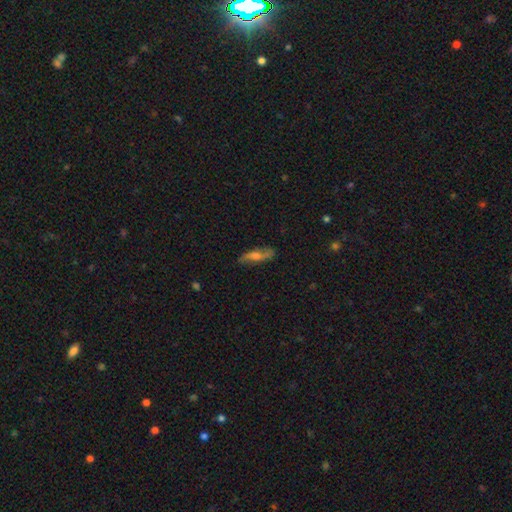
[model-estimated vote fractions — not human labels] This is likely a featured or disk galaxy (65%). It is likely not viewed edge-on (70%). Merging: likely none (80%).